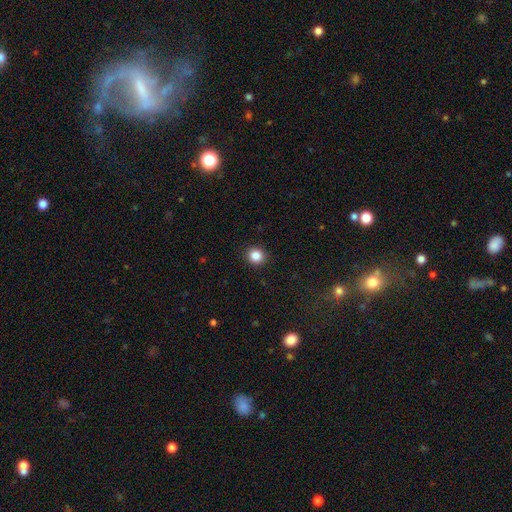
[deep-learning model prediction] smooth 85%, star or artifact 11%, featured or disk 4%. Down the decision tree: how rounded — round (89%); merging — none (92%).